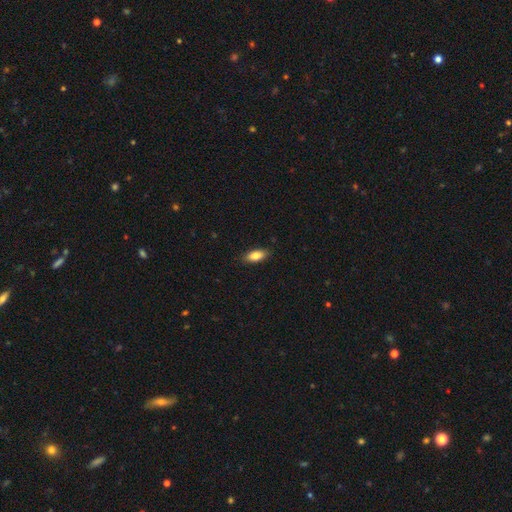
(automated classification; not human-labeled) A smooth galaxy with no disk features (84%) that is in between round and cigar-shaped (86%). Merging: none (87%).